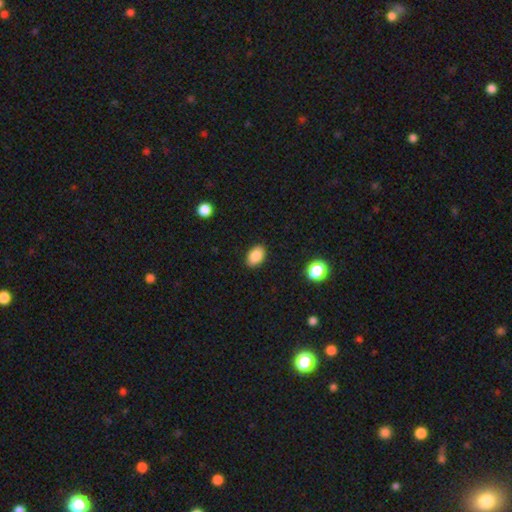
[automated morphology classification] Smooth or featured?
  - smooth: 87% *
  - star or artifact: 8%
  - featured or disk: 5%
How rounded?
  - in between: 87% *
  - round: 12%
  - cigar-shaped: 1%
Merging?
  - none: 88% *
  - minor disturbance: 9%
  - major disturbance: 2%
  - merger: 1%